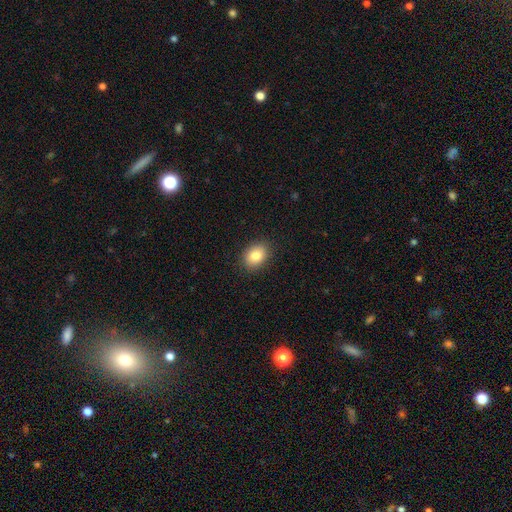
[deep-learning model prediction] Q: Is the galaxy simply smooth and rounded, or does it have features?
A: smooth — 84%.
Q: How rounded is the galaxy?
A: in between — 66%.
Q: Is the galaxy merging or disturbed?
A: none — 89%.